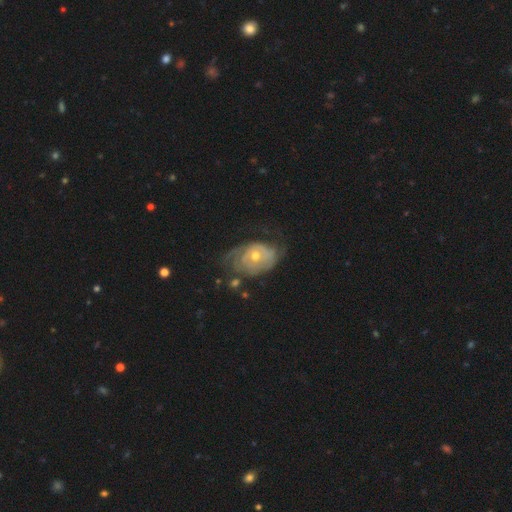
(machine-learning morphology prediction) Overall: featured or disk (77%). Edge-on disk: no (96%). Bar: no (75%). Spiral arms: yes (82%). Spiral arm count: can't tell (46%; 2 27%). Spiral winding: tight (62%; medium 27%). Bulge size: moderate (55%; small 41%). Merging: none (49%; minor disturbance 28%).